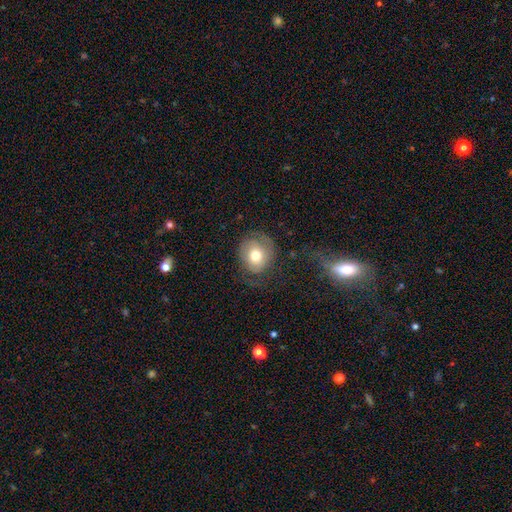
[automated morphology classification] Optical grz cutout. It shows a smooth galaxy with no disk features (58%) that is round (67%). Merging: none (54%).